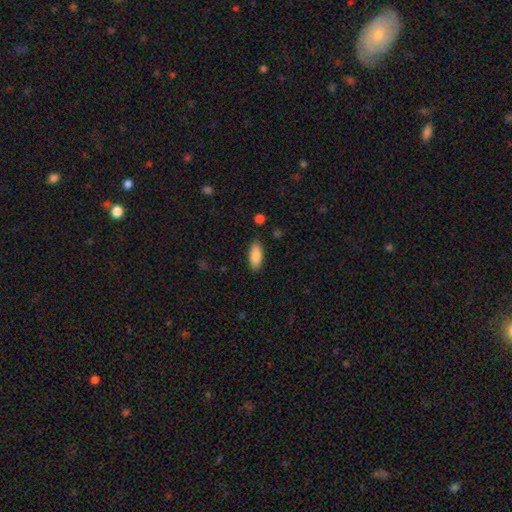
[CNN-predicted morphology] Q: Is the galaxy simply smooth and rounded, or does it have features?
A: smooth — 87%.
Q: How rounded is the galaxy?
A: in between — 85%.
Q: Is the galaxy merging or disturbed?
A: none — 86%.